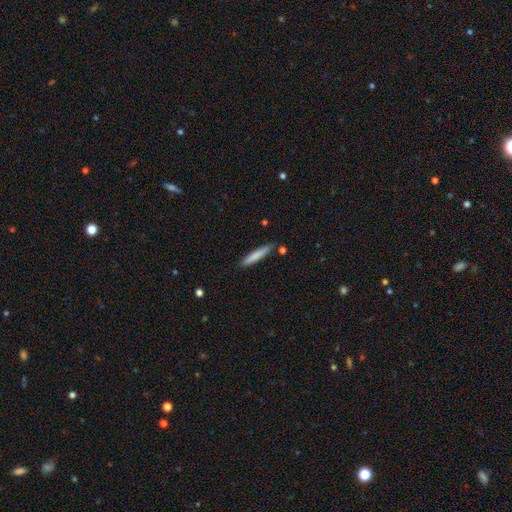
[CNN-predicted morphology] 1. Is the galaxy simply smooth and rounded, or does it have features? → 78% smooth, 16% featured or disk, 6% star or artifact.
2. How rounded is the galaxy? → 93% cigar-shaped, 6% in between, 1% round.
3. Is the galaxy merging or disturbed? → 84% none, 11% minor disturbance, 3% merger, 2% major disturbance.